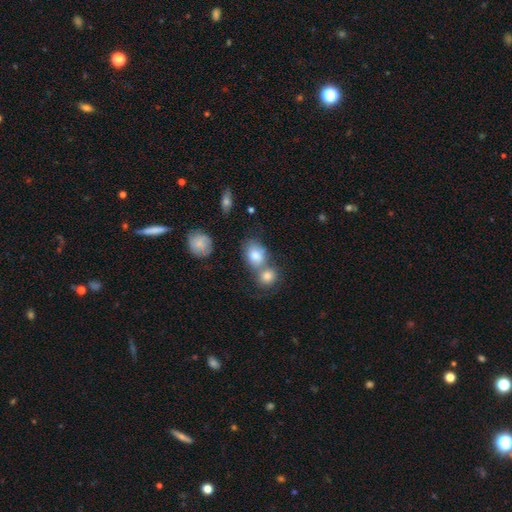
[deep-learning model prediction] A smooth galaxy with no disk features (75%) that is in between round and cigar-shaped (54%).

Vote fractions:
- Smooth or featured? smooth: 75% / featured or disk: 15% / star or artifact: 10%
- How rounded? in between: 54% / round: 45% / cigar-shaped: 1%
- Merging? merger: 50% / none: 35% / minor disturbance: 10% / major disturbance: 4%